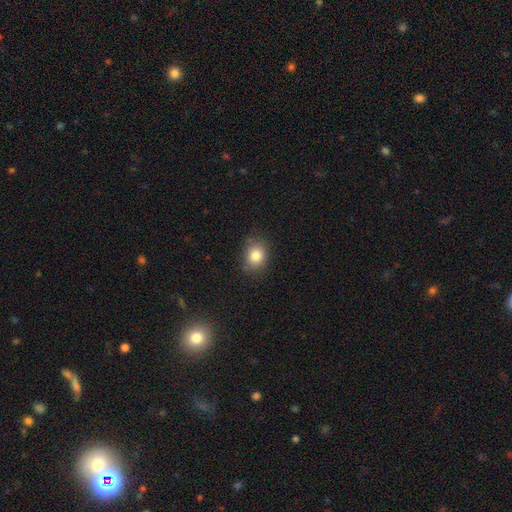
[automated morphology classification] Q: Smooth or featured?
A: smooth (82%); runner-up: star or artifact (10%)
Q: How rounded?
A: round (52%); runner-up: in between (47%)
Q: Merging?
A: none (80%); runner-up: minor disturbance (15%)